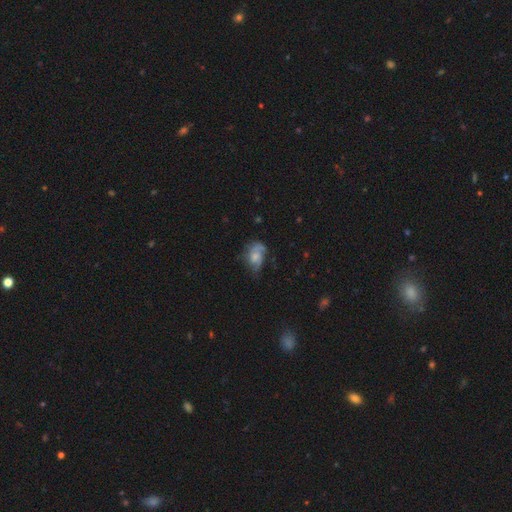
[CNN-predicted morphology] The model was most divided on "bulge size": small: 37%, moderate: 36%, none: 18%, large: 7%, dominant: 2%. Remaining: edge-on disk — no (97%); spiral arms — yes (80%); bar — no (71%); smooth or featured — featured or disk (55%); merging — none (43%).